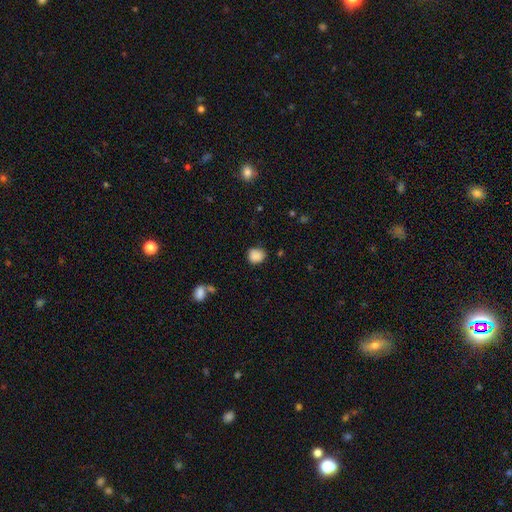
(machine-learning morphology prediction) smooth-or-featured: smooth: 87% | star or artifact: 9% | featured or disk: 4%
  how-rounded: round: 73% | in between: 26% | cigar-shaped: 1%
  merging: none: 74% | minor disturbance: 19% | major disturbance: 4% | merger: 3%